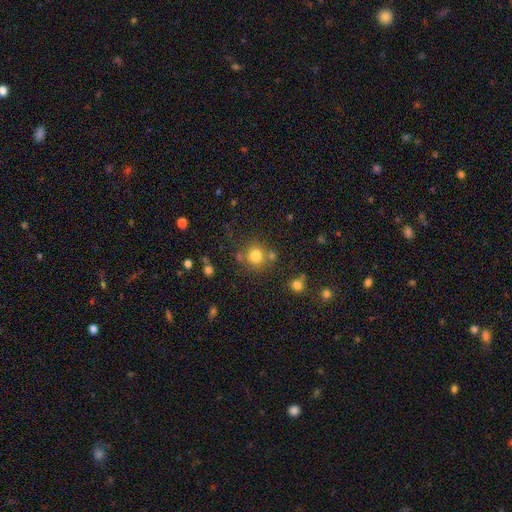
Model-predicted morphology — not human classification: smooth 78%, star or artifact 14%, featured or disk 8%. Down the decision tree: how rounded — round (90%); merging — none (71%).